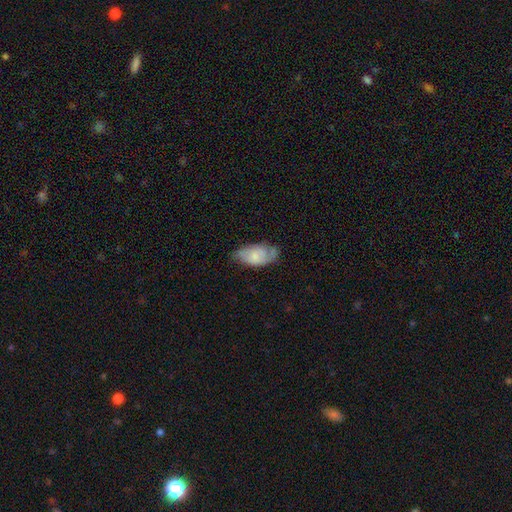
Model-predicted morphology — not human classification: Smooth or featured? Predicted: smooth (p=0.60). How rounded? Predicted: in between (p=0.93). Merging? Predicted: none (p=0.55).